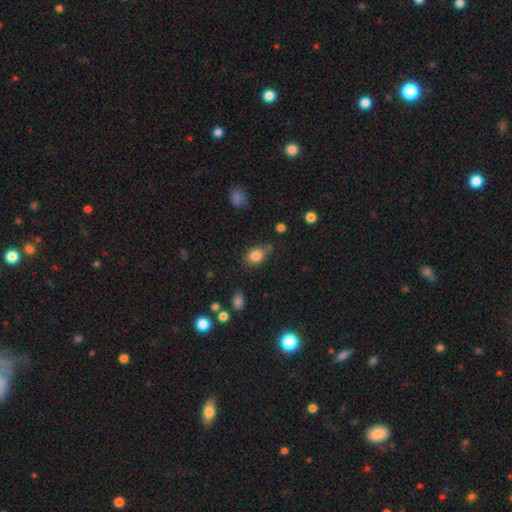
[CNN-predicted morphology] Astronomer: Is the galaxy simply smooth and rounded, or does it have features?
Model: smooth — 84%.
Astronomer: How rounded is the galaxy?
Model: in between — 67%.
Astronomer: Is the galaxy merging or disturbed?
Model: none — 64%.